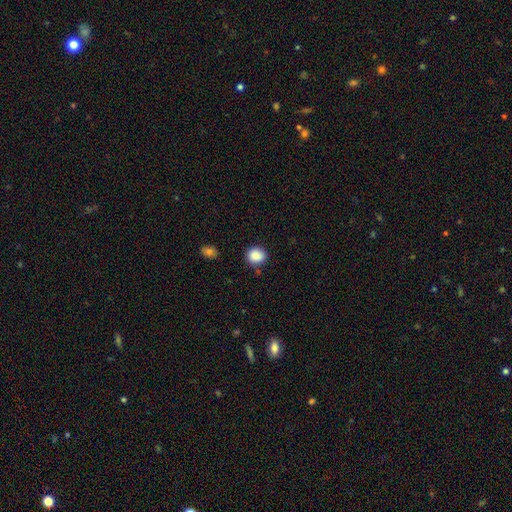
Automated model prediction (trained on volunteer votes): Smooth or featured?
  - smooth: 88% *
  - star or artifact: 9%
  - featured or disk: 4%
How rounded?
  - round: 74% *
  - in between: 25%
  - cigar-shaped: 1%
Merging?
  - none: 85% *
  - minor disturbance: 10%
  - major disturbance: 3%
  - merger: 3%